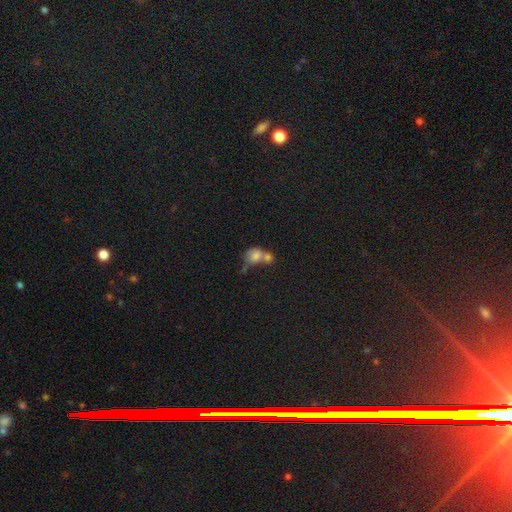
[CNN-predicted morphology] A smooth galaxy with no disk features (75%) that is round (52%). Merging: merger (65%).